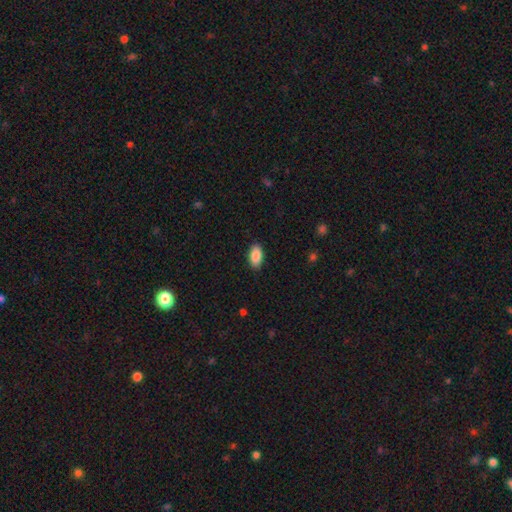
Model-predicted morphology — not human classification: Smooth or featured: smooth — 88% (star or artifact — 7%)
How rounded: in between — 93% (cigar-shaped — 4%)
Merging: none — 88% (minor disturbance — 9%)